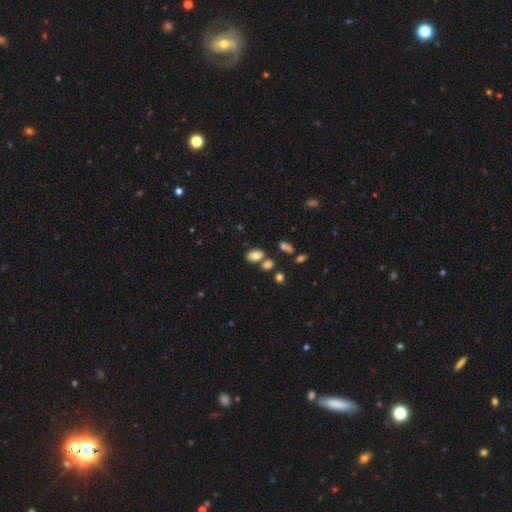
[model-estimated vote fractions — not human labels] A smooth galaxy with no disk features (79%) that is in between round and cigar-shaped (84%). Merging: none (64%).